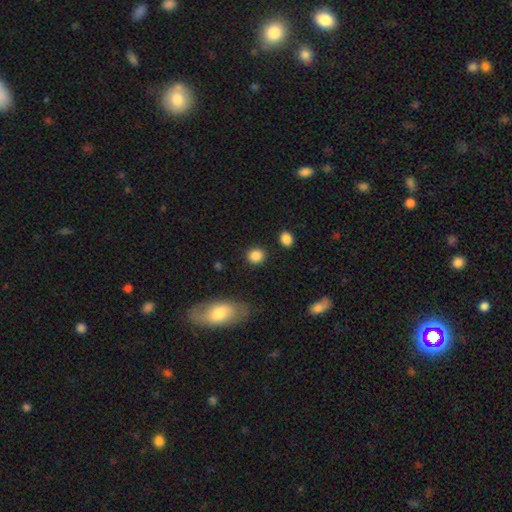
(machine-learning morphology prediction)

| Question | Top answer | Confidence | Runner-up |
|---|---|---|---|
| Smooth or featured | smooth | 87% | star or artifact (9%) |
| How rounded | round | 80% | in between (18%) |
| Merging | none | 86% | minor disturbance (8%) |